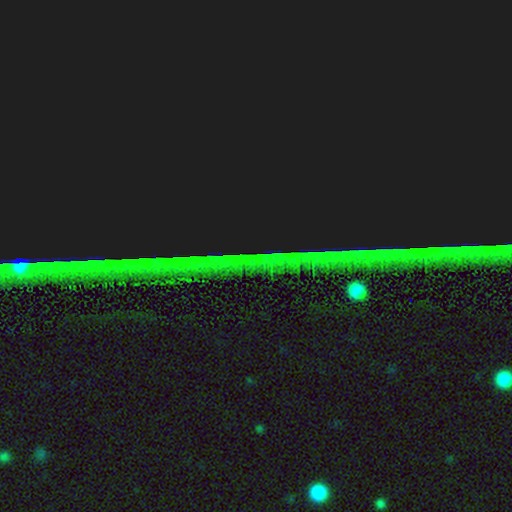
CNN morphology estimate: A star or artifact, not a galaxy (84%).

Vote fractions:
- Smooth or featured? star or artifact: 84% / featured or disk: 8% / smooth: 8%